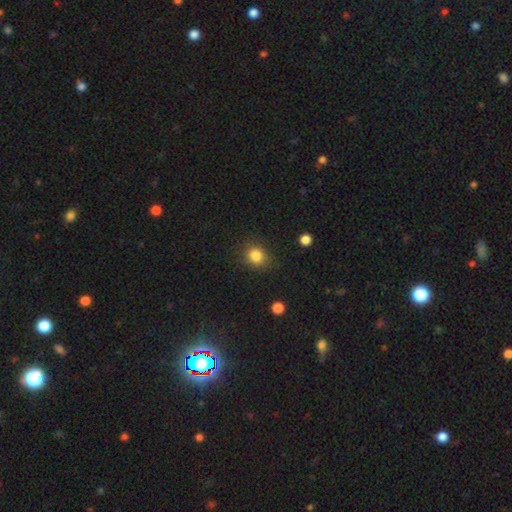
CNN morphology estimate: A smooth galaxy with no disk features (84%) that is round (78%).

Vote fractions:
- Smooth or featured? smooth: 84% / star or artifact: 11% / featured or disk: 5%
- How rounded? round: 78% / in between: 21% / cigar-shaped: 1%
- Merging? none: 85% / minor disturbance: 10% / major disturbance: 3% / merger: 1%